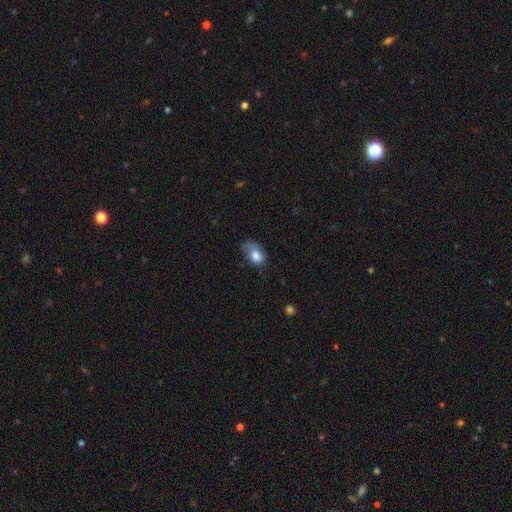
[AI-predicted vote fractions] smooth_or_featured: smooth (p=0.77) [alt: featured or disk p=0.15]
how_rounded: in between (p=0.85) [alt: round p=0.14]
merging: minor disturbance (p=0.39) [alt: major disturbance p=0.30]